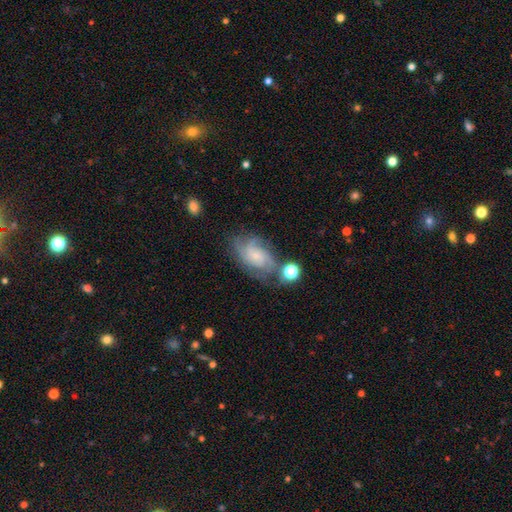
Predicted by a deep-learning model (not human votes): featured or disk 73%, smooth 18%, star or artifact 9%. Down the decision tree: edge-on disk — no (96%); bar — no (69%); spiral arms — yes (93%); spiral arm count — can't tell (31%); spiral winding — tight (46%); bulge size — small (69%); merging — none (60%).